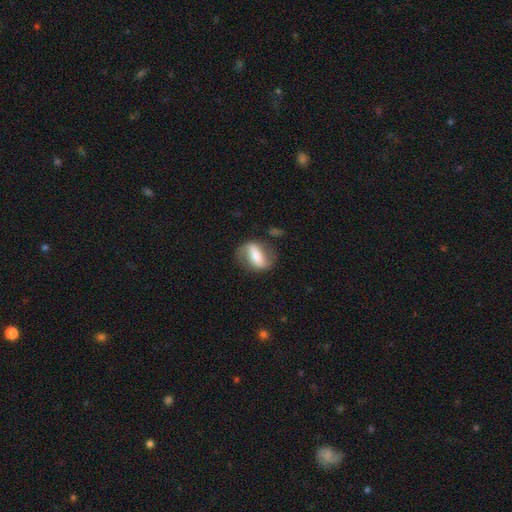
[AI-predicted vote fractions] Smooth or featured? Predicted: featured or disk (p=0.62). Edge-on disk? Predicted: no (p=0.90). Bar? Predicted: strong (p=0.58). Spiral arms? Predicted: yes (p=0.76). Bulge size? Predicted: moderate (p=0.48). Merging? Predicted: none (p=0.71).